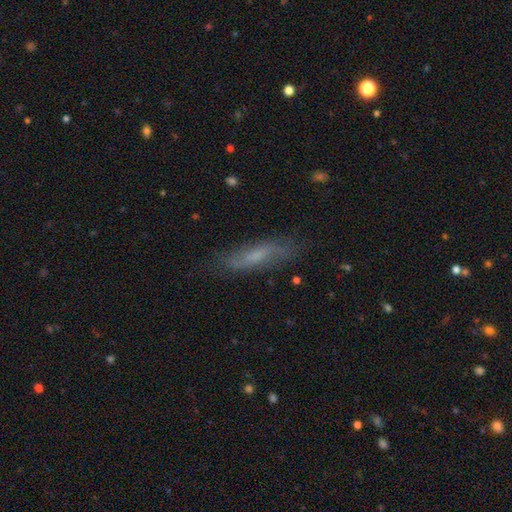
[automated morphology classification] Smooth or featured? smooth (49%)
Merging? none (75%)